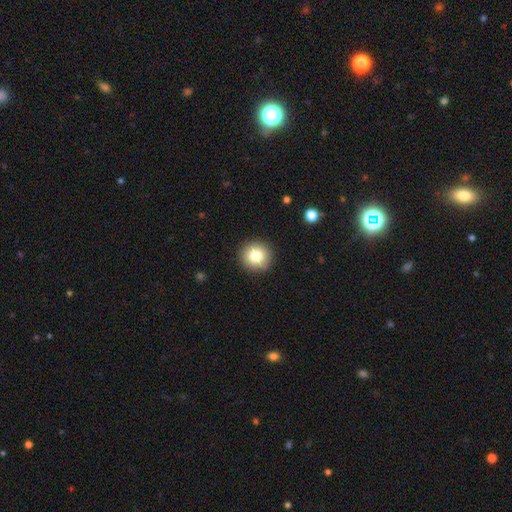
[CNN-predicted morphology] Smooth or featured? smooth (81%)
How rounded? round (94%)
Merging? none (91%)